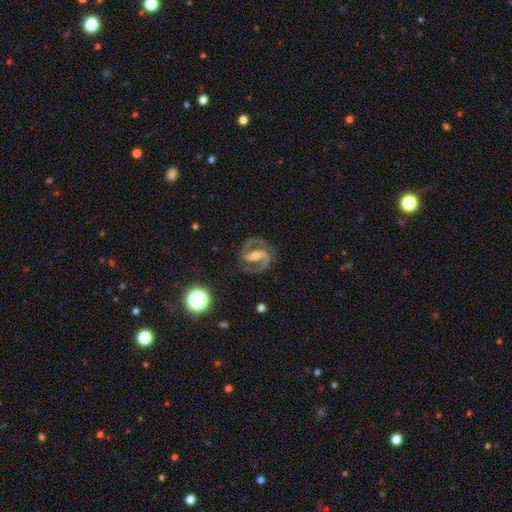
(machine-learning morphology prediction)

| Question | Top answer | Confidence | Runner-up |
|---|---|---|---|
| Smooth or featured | featured or disk | 91% | star or artifact (5%) |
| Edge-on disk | no | 97% | yes (3%) |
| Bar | strong | 54% | weak (34%) |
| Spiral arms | yes | 98% | no (2%) |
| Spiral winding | medium | 62% | tight (28%) |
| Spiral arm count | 2 | 94% | can't tell (2%) |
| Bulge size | moderate | 51% | small (39%) |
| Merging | none | 83% | minor disturbance (11%) |